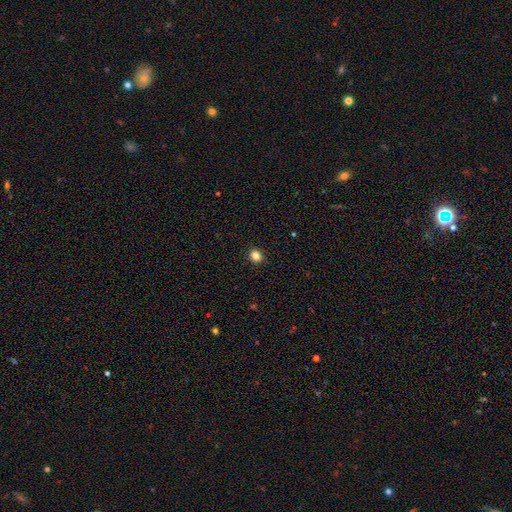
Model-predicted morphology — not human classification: A smooth galaxy with no disk features (84%) that is round (66%). Merging: none (91%).